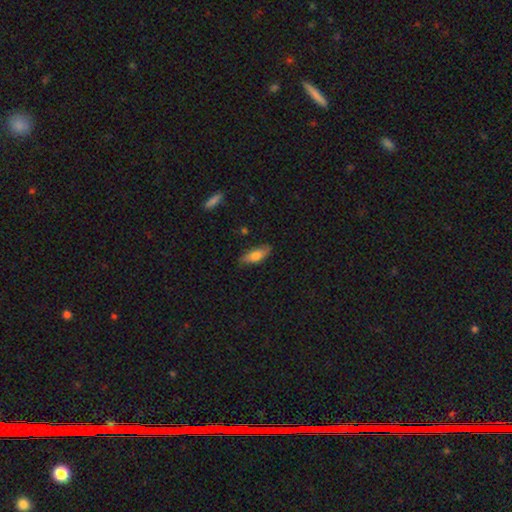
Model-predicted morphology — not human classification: smooth_or_featured: smooth (p=0.72) [alt: featured or disk p=0.21]
how_rounded: in between (p=0.66) [alt: cigar-shaped p=0.31]
merging: none (p=0.80) [alt: minor disturbance p=0.16]